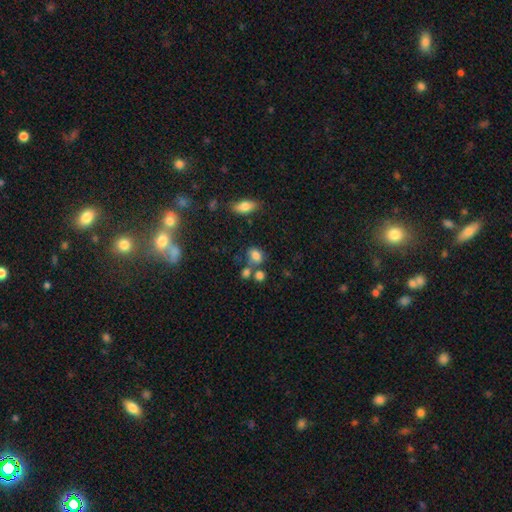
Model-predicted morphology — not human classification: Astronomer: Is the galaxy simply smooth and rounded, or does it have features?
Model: smooth — 77%.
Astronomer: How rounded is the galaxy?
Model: in between — 64%.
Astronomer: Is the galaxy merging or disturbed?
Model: none — 54%.